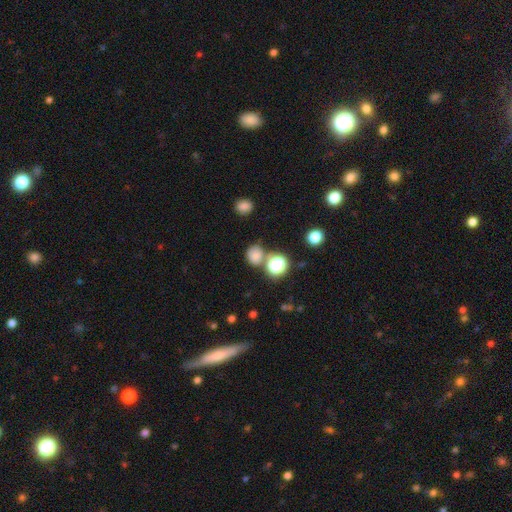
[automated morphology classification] The model was most divided on "merging": none: 64%, merger: 20%, minor disturbance: 12%, major disturbance: 5%. More confident: how rounded — round (79%); smooth or featured — smooth (72%).